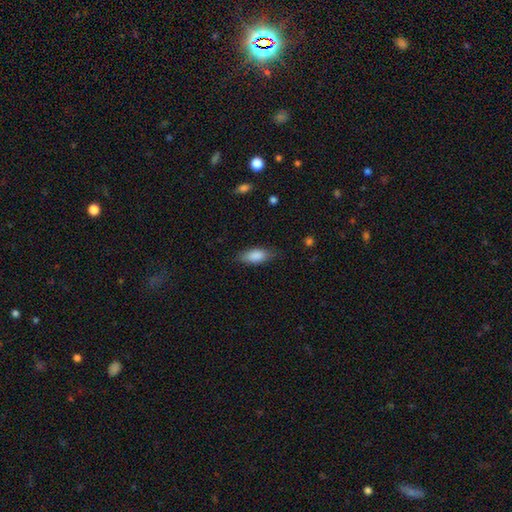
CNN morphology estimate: Smooth or featured? Predicted: smooth (p=0.86). How rounded? Predicted: in between (p=0.83). Merging? Predicted: none (p=0.79).